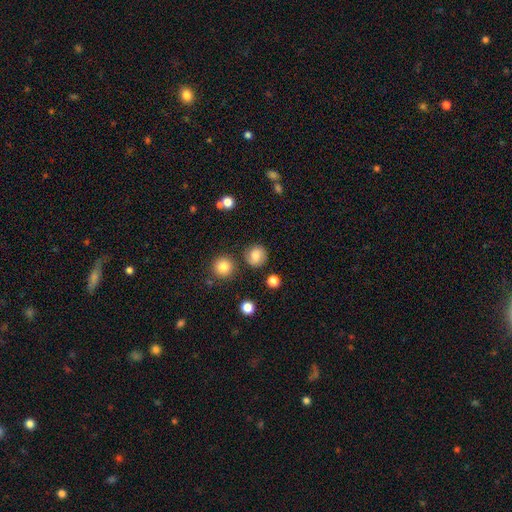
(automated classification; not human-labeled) Overall: smooth (76%). How rounded: round (87%). Merging: none (77%).